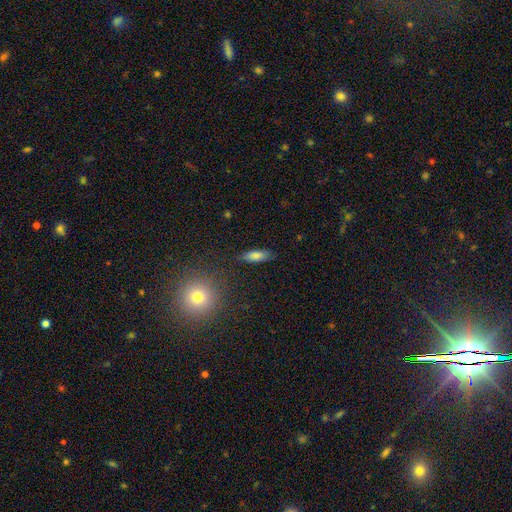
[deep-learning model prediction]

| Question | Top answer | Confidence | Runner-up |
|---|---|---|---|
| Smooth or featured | smooth | 81% | featured or disk (10%) |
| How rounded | in between | 66% | cigar-shaped (31%) |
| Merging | none | 82% | minor disturbance (13%) |